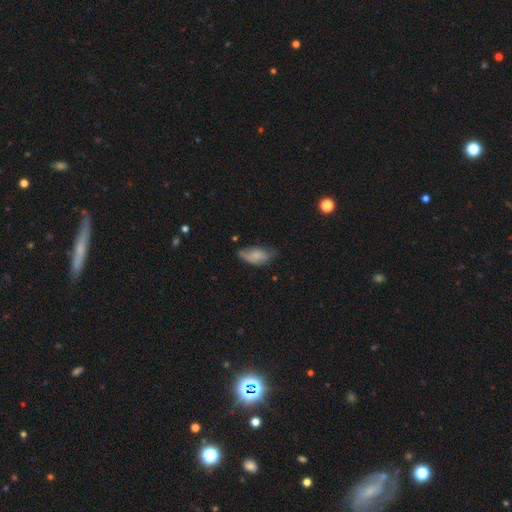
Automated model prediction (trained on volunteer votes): smooth_or_featured: smooth (p=0.69) [alt: featured or disk p=0.24]
how_rounded: in between (p=0.90) [alt: cigar-shaped p=0.07]
merging: minor disturbance (p=0.42) [alt: none p=0.39]